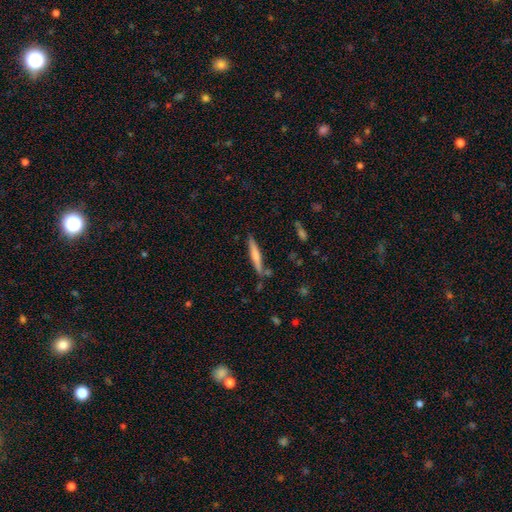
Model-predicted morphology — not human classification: smooth-or-featured: smooth: 54% | featured or disk: 40% | star or artifact: 6%
  how-rounded: cigar-shaped: 93% | in between: 6% | round: 1%
  merging: none: 81% | minor disturbance: 12% | merger: 5% | major disturbance: 2%